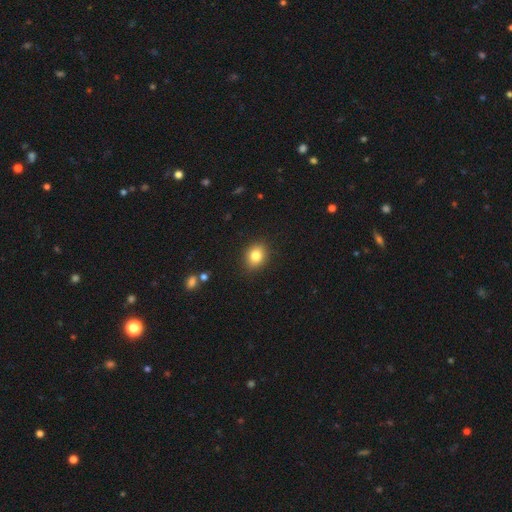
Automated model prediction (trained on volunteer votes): A smooth galaxy with no disk features (82%) that is round (55%). Merging: none (88%).